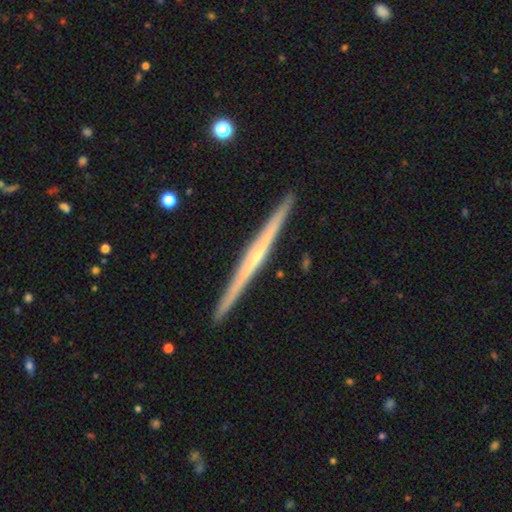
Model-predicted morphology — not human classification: Overall: featured or disk (72%). Edge-on disk: yes (98%). Edge-on bulge: none (67%). Merging: none (92%).